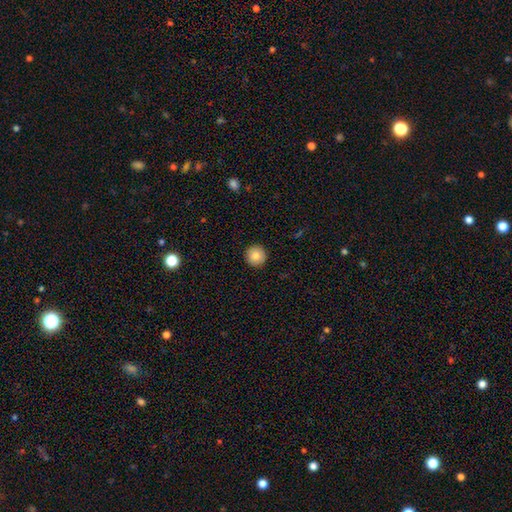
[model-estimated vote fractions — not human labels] smooth_or_featured: smooth (p=0.83) [alt: star or artifact p=0.09]
how_rounded: round (p=0.96) [alt: in between p=0.03]
merging: none (p=0.93) [alt: minor disturbance p=0.05]